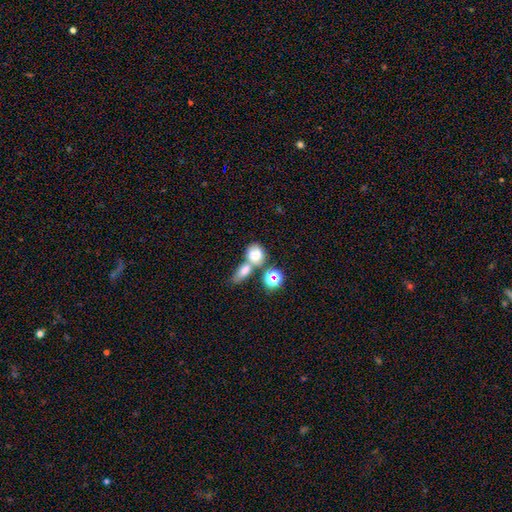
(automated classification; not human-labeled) A smooth galaxy with no disk features (74%) that is in between round and cigar-shaped (50%).

Vote fractions:
- Smooth or featured? smooth: 74% / featured or disk: 13% / star or artifact: 13%
- How rounded? in between: 50% / round: 47% / cigar-shaped: 3%
- Merging? merger: 52% / none: 34% / minor disturbance: 9% / major disturbance: 5%